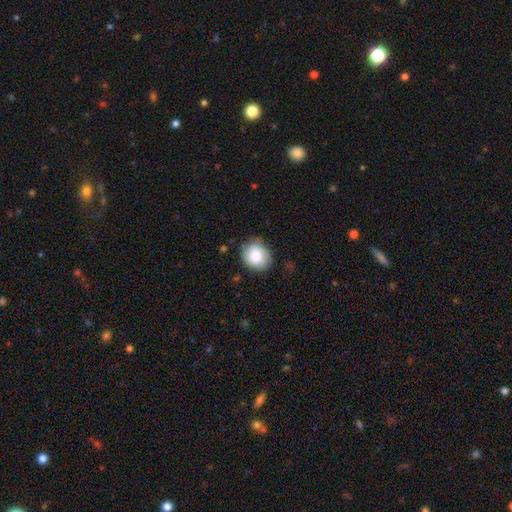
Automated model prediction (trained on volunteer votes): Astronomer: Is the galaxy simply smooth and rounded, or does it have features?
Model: smooth — 83%.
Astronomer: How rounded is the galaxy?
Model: round — 74%.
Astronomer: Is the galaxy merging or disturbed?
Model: none — 77%.